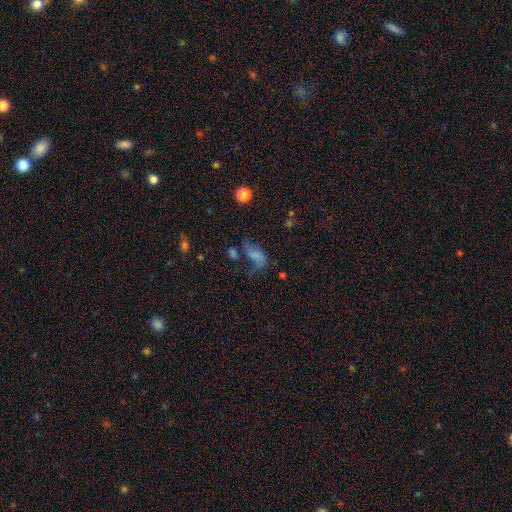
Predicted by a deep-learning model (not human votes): Overall: smooth (56%; featured or disk 28%). How rounded: in between (86%). Merging: major disturbance (34%; none 31%).